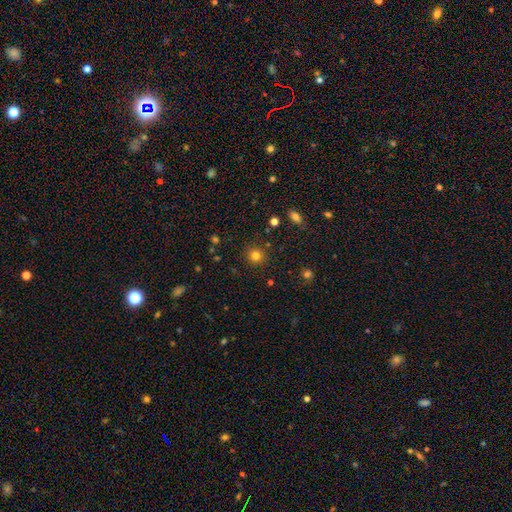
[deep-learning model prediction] This appears to be a smooth galaxy with no disk features (80%) that is round (92%). Merging: none (88%).